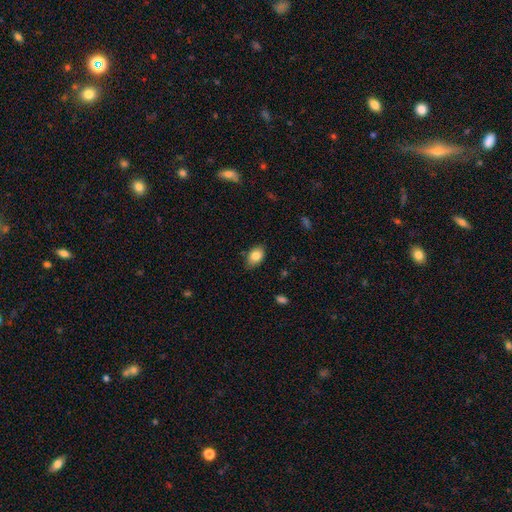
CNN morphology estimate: Overall: smooth (84%). How rounded: in between (84%). Merging: none (81%).